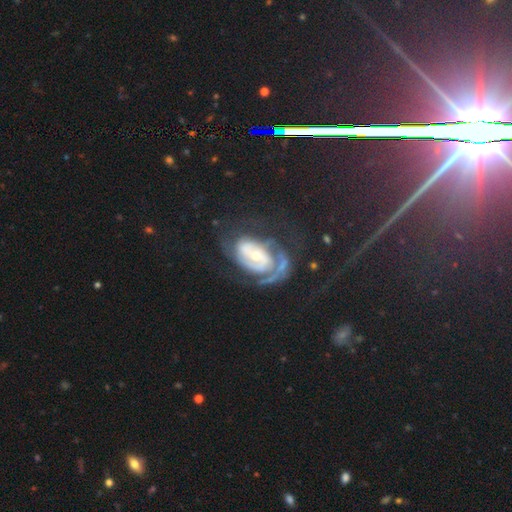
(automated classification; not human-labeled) Q: Smooth or featured?
A: featured or disk (82%); runner-up: star or artifact (9%)
Q: Edge-on disk?
A: no (97%); runner-up: yes (3%)
Q: Bar?
A: no (57%); runner-up: weak (31%)
Q: Spiral arms?
A: yes (93%); runner-up: no (7%)
Q: Spiral winding?
A: tight (58%); runner-up: medium (31%)
Q: Spiral arm count?
A: 2 (43%); runner-up: can't tell (22%)
Q: Bulge size?
A: small (47%); runner-up: moderate (44%)
Q: Merging?
A: none (49%); runner-up: major disturbance (27%)